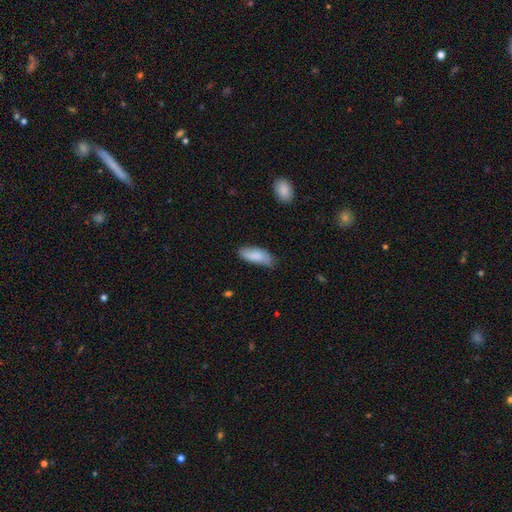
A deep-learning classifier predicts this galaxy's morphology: type=smooth (83%); roundness=in between (81%); merging=none (69%).